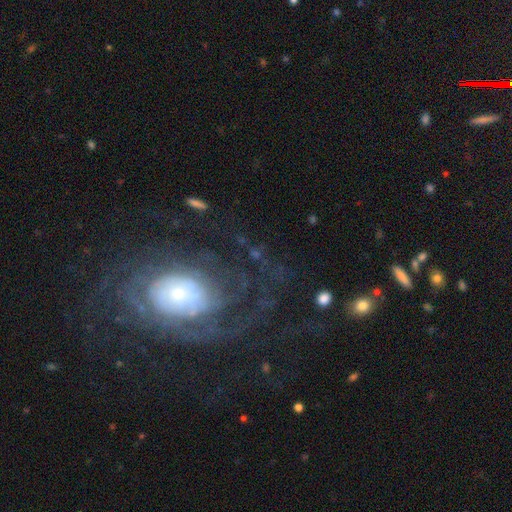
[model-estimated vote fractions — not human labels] Smooth or featured: featured or disk — 76% (smooth — 14%)
Edge-on disk: no — 96% (yes — 4%)
Bar: no — 80% (weak — 15%)
Spiral arms: yes — 85% (no — 15%)
Spiral winding: tight — 56% (medium — 28%)
Spiral arm count: can't tell — 42% (2 — 19%)
Bulge size: small — 53% (moderate — 31%)
Merging: none — 63% (major disturbance — 21%)